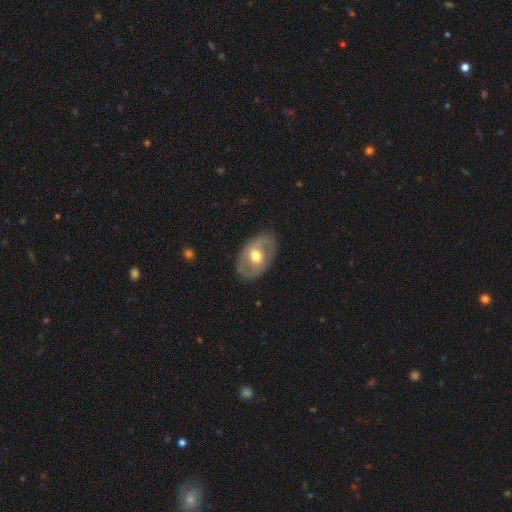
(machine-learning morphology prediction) type=featured or disk (62%); edge-on=no (92%); bar=no (42%); spiral arms=no (51%); bulge=moderate (73%); merging=none (82%).